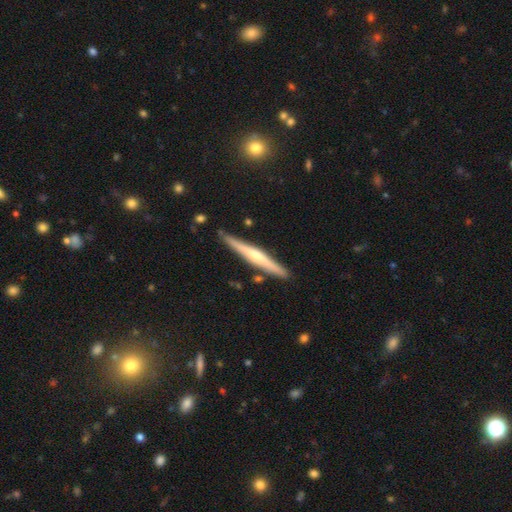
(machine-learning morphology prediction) Smooth or featured: featured or disk — 73% (smooth — 21%)
Edge-on disk: yes — 98% (no — 2%)
Edge-on bulge: rounded — 74% (none — 18%)
Merging: none — 89% (minor disturbance — 8%)